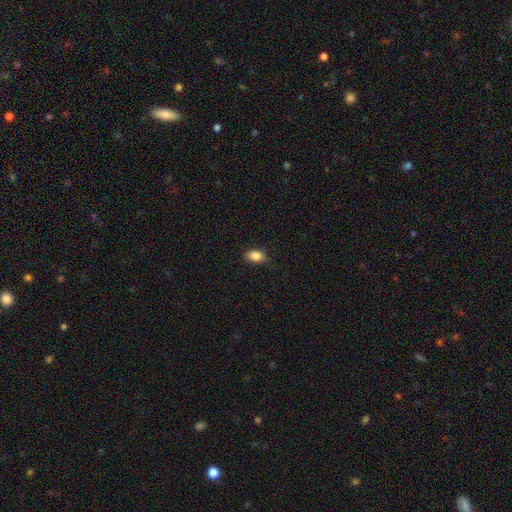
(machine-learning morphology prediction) smooth-or-featured: smooth: 86% | star or artifact: 9% | featured or disk: 6%
  how-rounded: in between: 86% | round: 12% | cigar-shaped: 2%
  merging: none: 85% | minor disturbance: 11% | major disturbance: 2% | merger: 1%